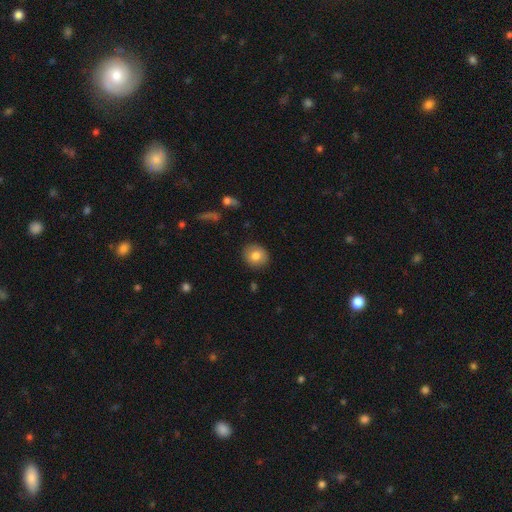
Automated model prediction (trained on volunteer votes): A smooth galaxy with no disk features (81%) that is round (80%). Merging: none (89%).